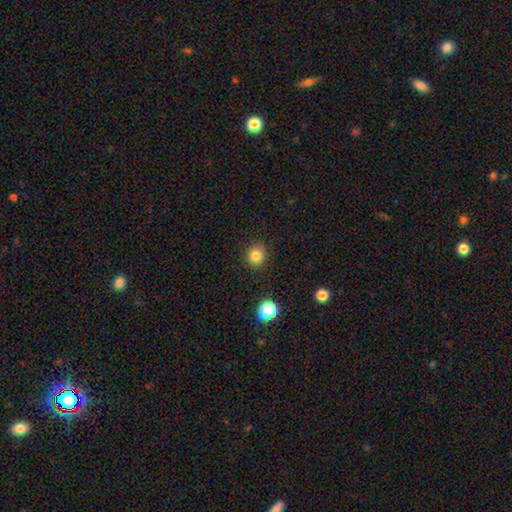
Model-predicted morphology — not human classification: smooth 82%, star or artifact 13%, featured or disk 5%. Down the decision tree: how rounded — round (89%); merging — none (88%).